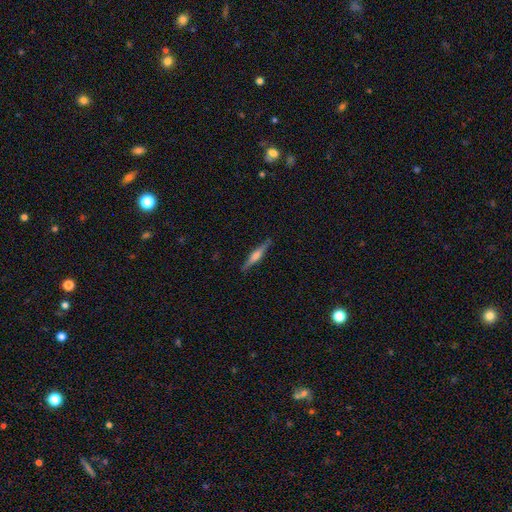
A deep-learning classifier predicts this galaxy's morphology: Q: Smooth or featured?
A: featured or disk (61%); runner-up: smooth (33%)
Q: Edge-on disk?
A: yes (97%); runner-up: no (3%)
Q: Edge-on bulge?
A: rounded (74%); runner-up: boxy (16%)
Q: Merging?
A: none (88%); runner-up: minor disturbance (9%)